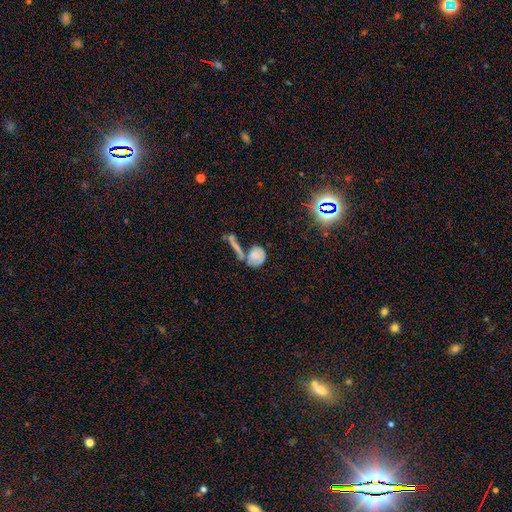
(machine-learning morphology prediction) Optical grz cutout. It shows a smooth galaxy with no disk features (64%) that is round (57%). Merging: none (39%).